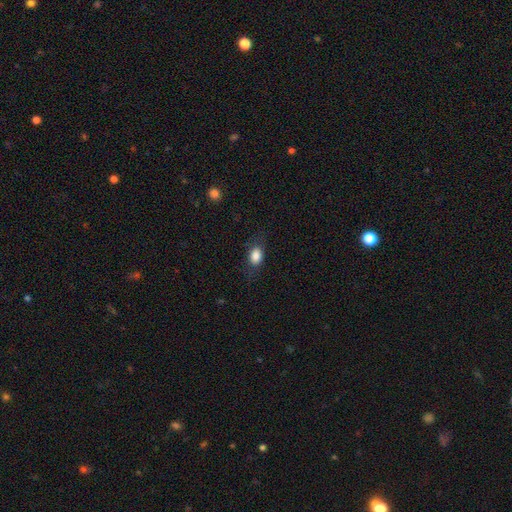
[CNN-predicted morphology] smooth_or_featured: smooth (p=0.83) [alt: star or artifact p=0.09]
how_rounded: in between (p=0.76) [alt: round p=0.20]
merging: none (p=0.73) [alt: minor disturbance p=0.18]